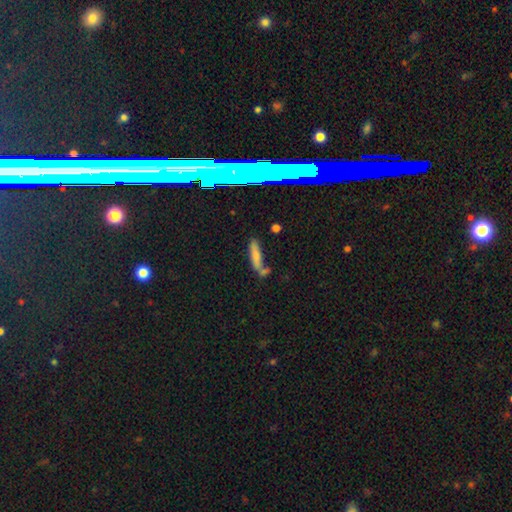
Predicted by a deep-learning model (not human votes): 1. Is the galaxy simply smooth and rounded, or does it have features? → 71% smooth, 17% featured or disk, 12% star or artifact.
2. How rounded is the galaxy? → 76% cigar-shaped, 21% in between, 2% round.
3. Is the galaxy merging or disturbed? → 51% none, 25% merger, 17% minor disturbance, 7% major disturbance.